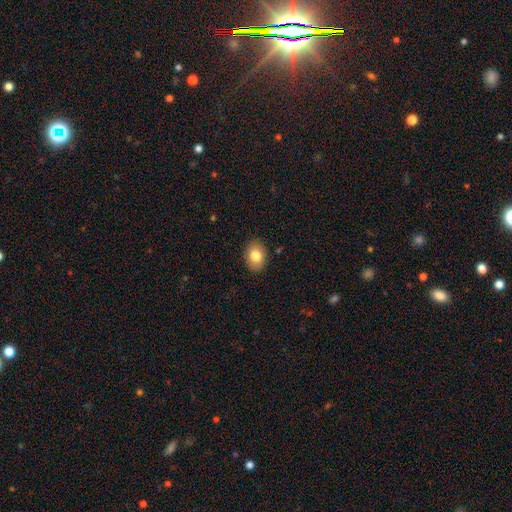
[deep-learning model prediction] smooth 81%, featured or disk 11%, star or artifact 8%. Down the decision tree: how rounded — in between (72%); merging — none (88%).